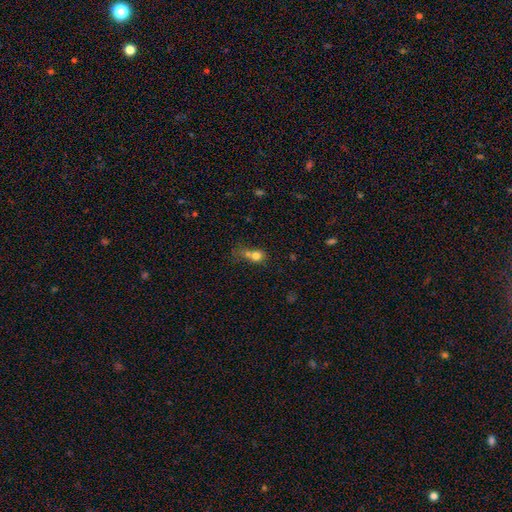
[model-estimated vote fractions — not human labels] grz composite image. It shows a smooth galaxy with no disk features (74%) that is round (71%). Merging: merger (46%).